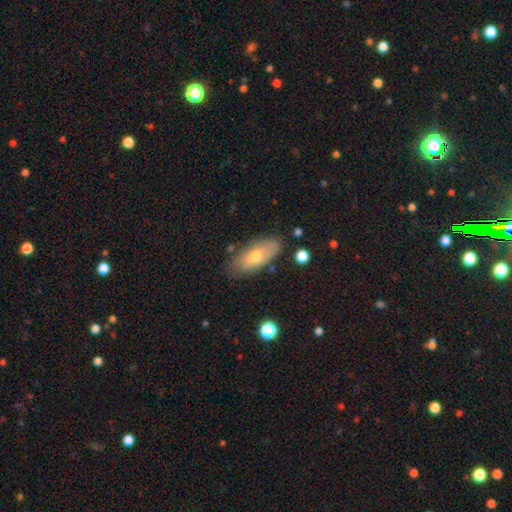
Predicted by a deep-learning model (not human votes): Morphology: type=smooth (61%); roundness=in between (86%); merging=none (79%).